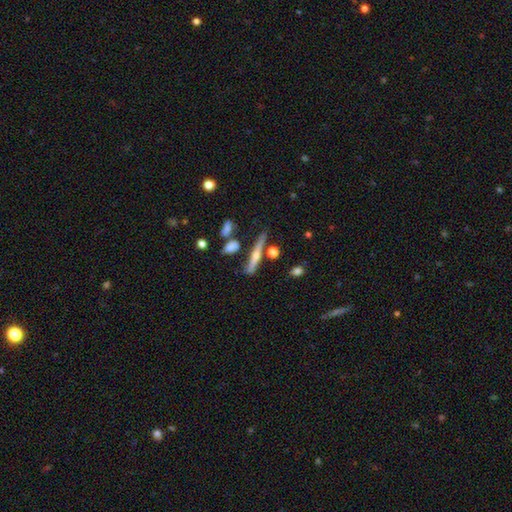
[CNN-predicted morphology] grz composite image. It shows a featured or disk galaxy (63%) viewed edge-on (93%) with a rounded central bulge (85%). Merging: none (72%).